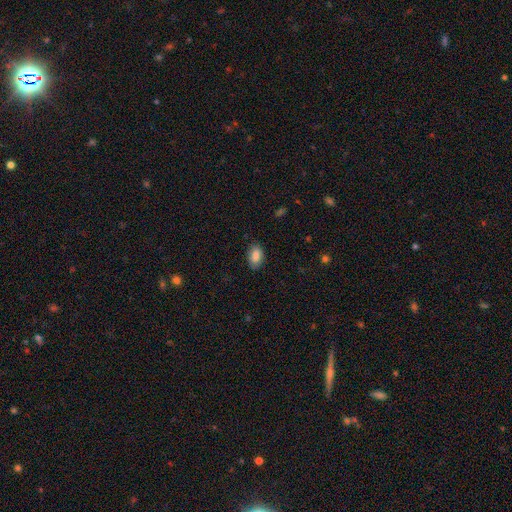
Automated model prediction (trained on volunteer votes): Morphology: type=smooth (81%); roundness=in between (91%); merging=none (85%).